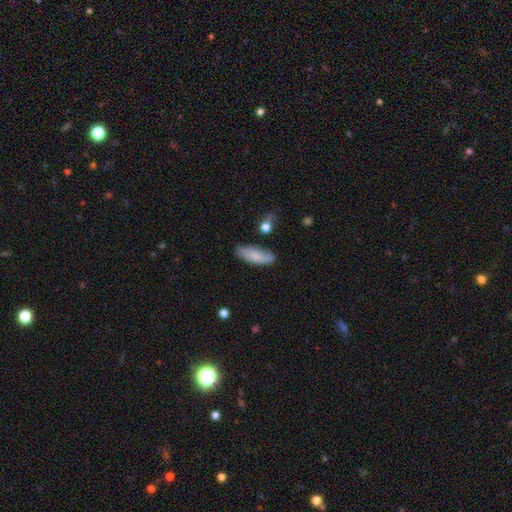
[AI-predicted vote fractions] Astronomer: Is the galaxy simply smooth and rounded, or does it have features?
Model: smooth — 72%.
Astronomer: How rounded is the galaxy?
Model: in between — 73%.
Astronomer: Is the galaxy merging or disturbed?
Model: none — 67%.